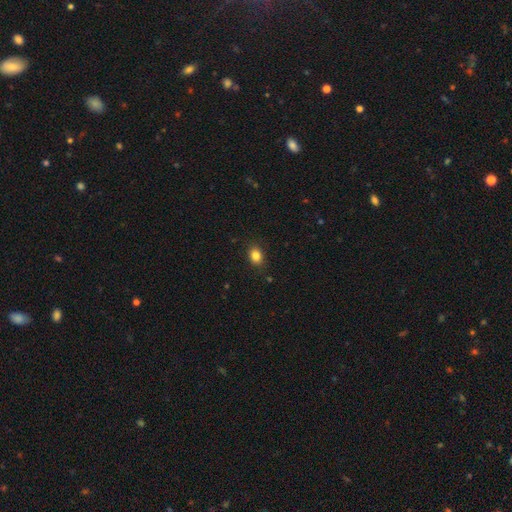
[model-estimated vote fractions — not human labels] This appears to be a smooth galaxy with no disk features (85%) that is in between round and cigar-shaped (68%). Merging: none (87%).